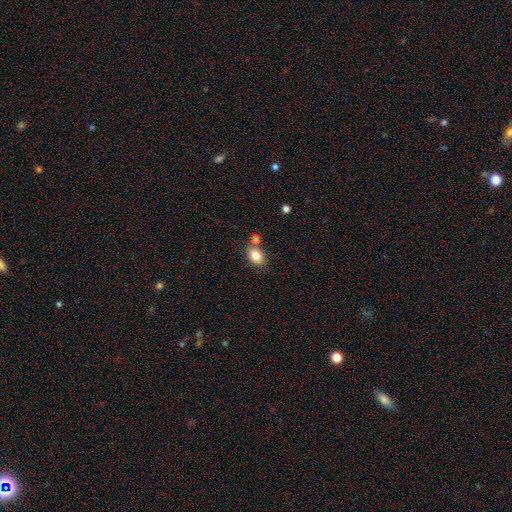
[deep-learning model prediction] smooth-or-featured: smooth: 82% | star or artifact: 10% | featured or disk: 9%
  how-rounded: in between: 65% | round: 34% | cigar-shaped: 1%
  merging: none: 66% | minor disturbance: 16% | merger: 14% | major disturbance: 4%